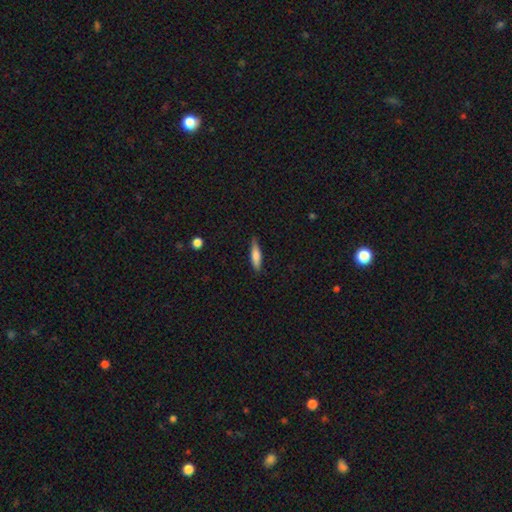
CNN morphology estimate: A smooth galaxy with no disk features (70%) that is cigar-shaped (73%).

Vote fractions:
- Smooth or featured? smooth: 70% / featured or disk: 24% / star or artifact: 6%
- How rounded? cigar-shaped: 73% / in between: 25% / round: 2%
- Merging? none: 80% / minor disturbance: 16% / major disturbance: 3% / merger: 1%